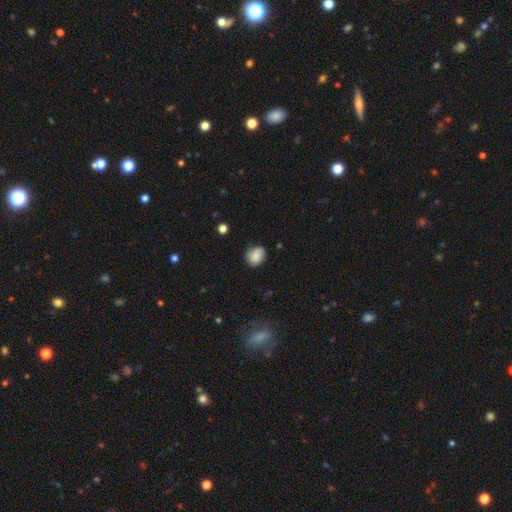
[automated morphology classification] This is clearly a smooth galaxy (84%). How rounded: possibly round (59%). Merging: likely none (74%).